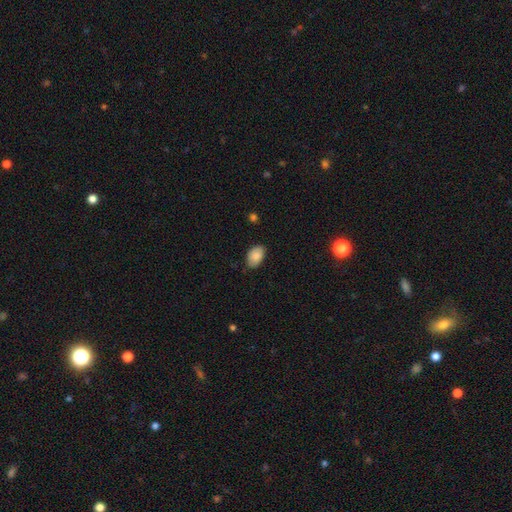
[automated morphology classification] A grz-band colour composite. It shows a smooth galaxy with no disk features (87%) that is in between round and cigar-shaped (91%). Merging: none (78%).